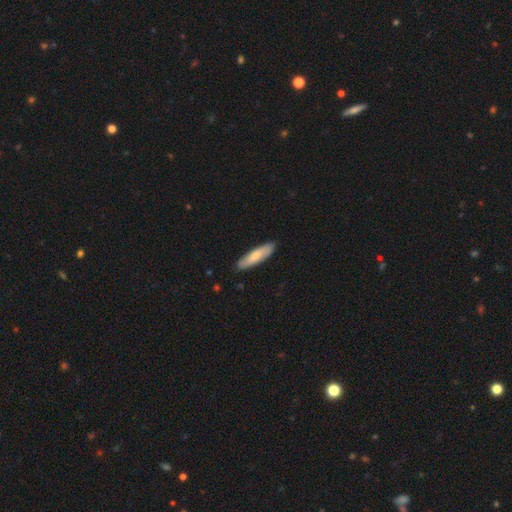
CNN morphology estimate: This is likely a smooth galaxy (74%). How rounded: likely cigar-shaped (69%). Merging: clearly none (88%).